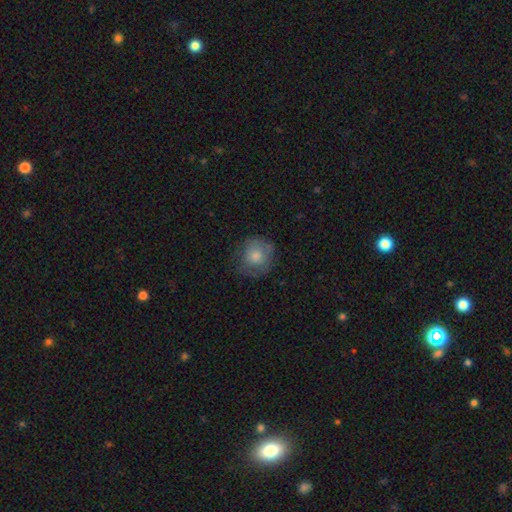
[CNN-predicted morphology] Smooth or featured: smooth — 69% (featured or disk — 21%)
How rounded: round — 87% (in between — 12%)
Merging: none — 69% (minor disturbance — 21%)